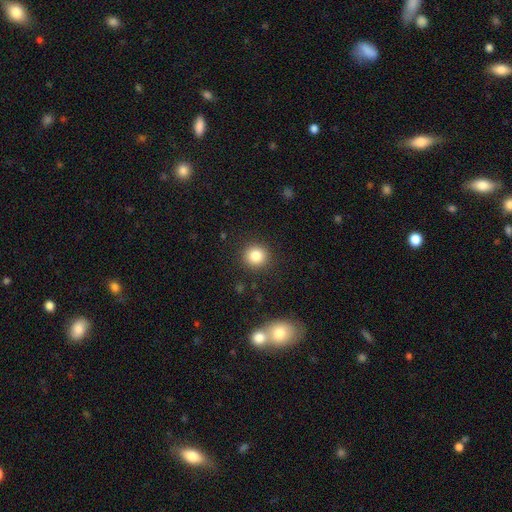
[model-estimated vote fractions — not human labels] smooth_or_featured: smooth (p=0.83) [alt: star or artifact p=0.11]
how_rounded: round (p=0.91) [alt: in between p=0.08]
merging: none (p=0.90) [alt: minor disturbance p=0.06]